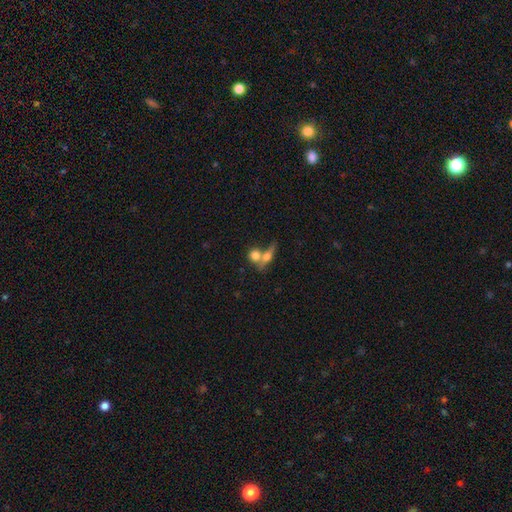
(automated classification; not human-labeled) Smooth or featured? Predicted: smooth (p=0.68). How rounded? Predicted: round (p=0.59). Merging? Predicted: merger (p=0.52).